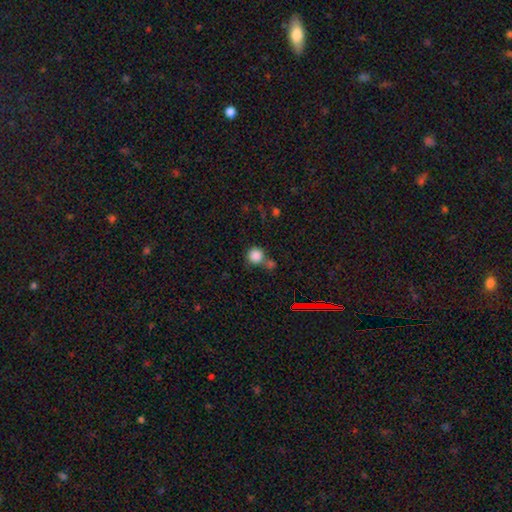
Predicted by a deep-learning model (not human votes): This is clearly a smooth galaxy (84%). How rounded: clearly round (93%). Merging: possibly none (59%).